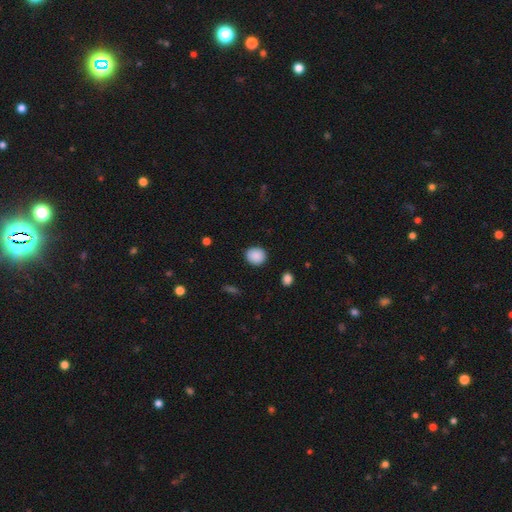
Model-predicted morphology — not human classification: smooth-or-featured: smooth: 89% | star or artifact: 8% | featured or disk: 3%
  how-rounded: round: 82% | in between: 17% | cigar-shaped: 1%
  merging: none: 89% | minor disturbance: 7% | major disturbance: 2% | merger: 1%